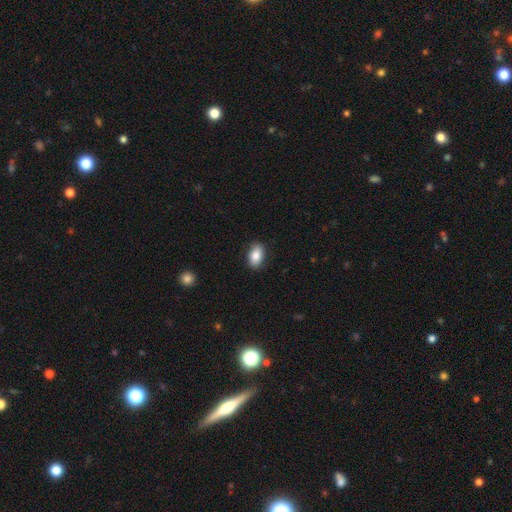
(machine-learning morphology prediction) This appears to be a smooth galaxy with no disk features (83%) that is in between round and cigar-shaped (90%). Merging: none (86%).